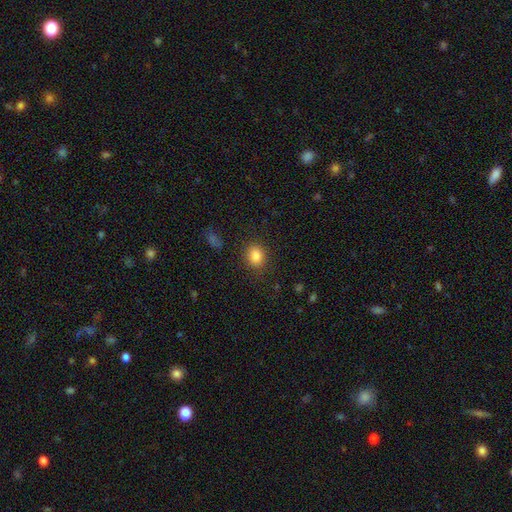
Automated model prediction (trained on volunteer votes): This is clearly a smooth galaxy (85%). How rounded: possibly round (54%). Merging: clearly none (86%).